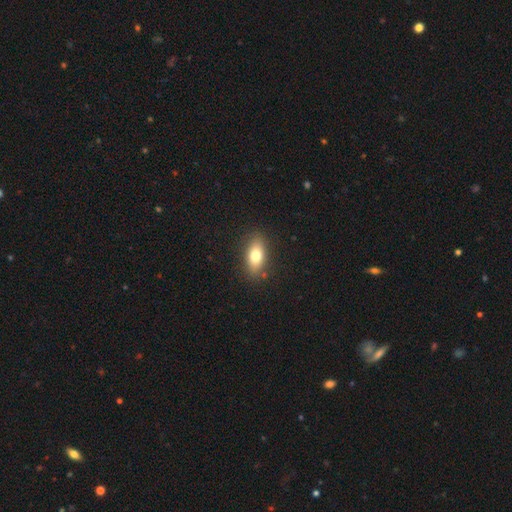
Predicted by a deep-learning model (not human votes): Morphology: type=smooth (76%); roundness=in between (84%); merging=none (86%).